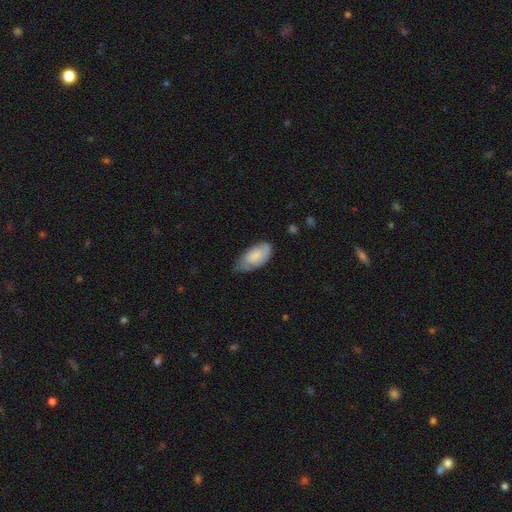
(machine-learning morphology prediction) smooth 69%, featured or disk 25%, star or artifact 6%. Down the decision tree: how rounded — in between (93%); merging — none (48%).